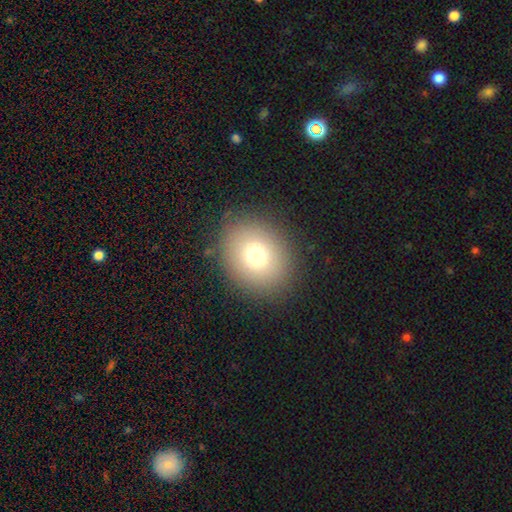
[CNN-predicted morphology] Q: Smooth or featured?
A: smooth (75%); runner-up: featured or disk (13%)
Q: How rounded?
A: round (59%); runner-up: in between (40%)
Q: Merging?
A: none (87%); runner-up: minor disturbance (8%)